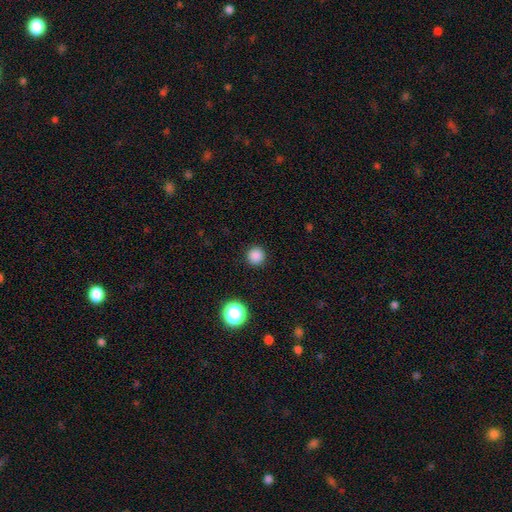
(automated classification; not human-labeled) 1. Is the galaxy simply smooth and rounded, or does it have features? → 85% smooth, 12% star or artifact, 3% featured or disk.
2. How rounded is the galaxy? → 96% round, 3% in between, 1% cigar-shaped.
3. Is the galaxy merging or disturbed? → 92% none, 5% minor disturbance, 2% major disturbance, 1% merger.